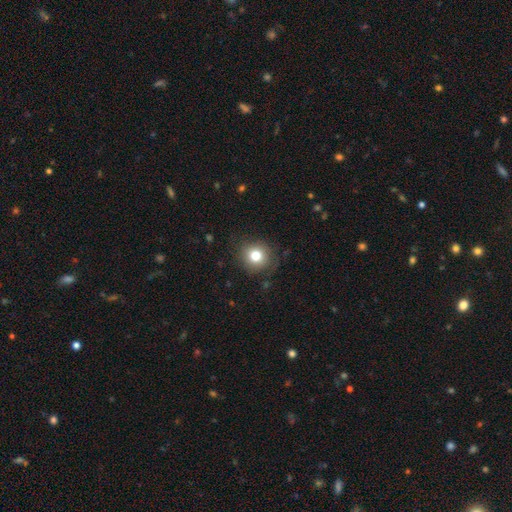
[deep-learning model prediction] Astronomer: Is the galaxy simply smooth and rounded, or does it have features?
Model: smooth — 80%.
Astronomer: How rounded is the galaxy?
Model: round — 89%.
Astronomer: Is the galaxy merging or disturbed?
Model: none — 85%.